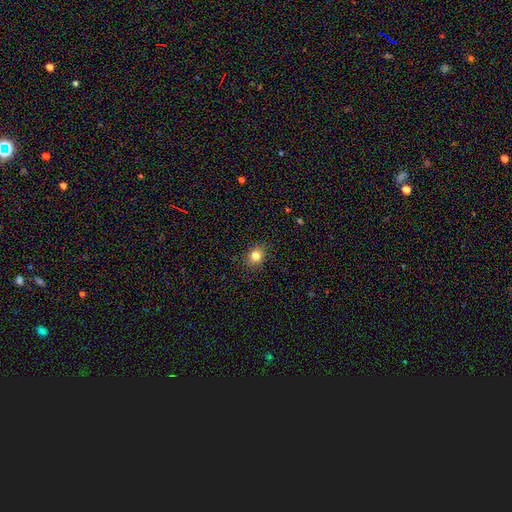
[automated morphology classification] smooth 82%, star or artifact 12%, featured or disk 6%. Down the decision tree: how rounded — round (71%); merging — none (88%).